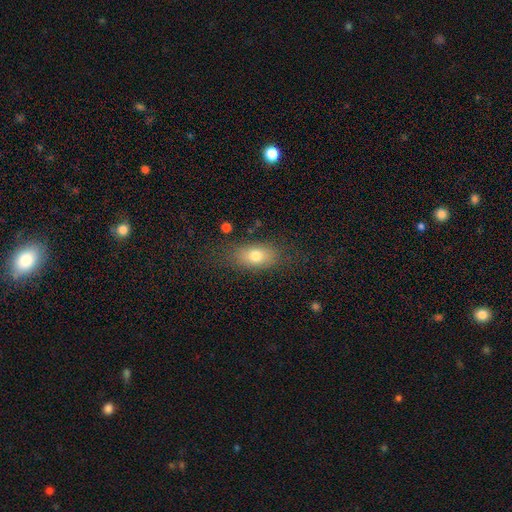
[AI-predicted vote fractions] This appears to be a smooth galaxy with no disk features (75%) that is in between round and cigar-shaped (82%). Merging: none (75%).